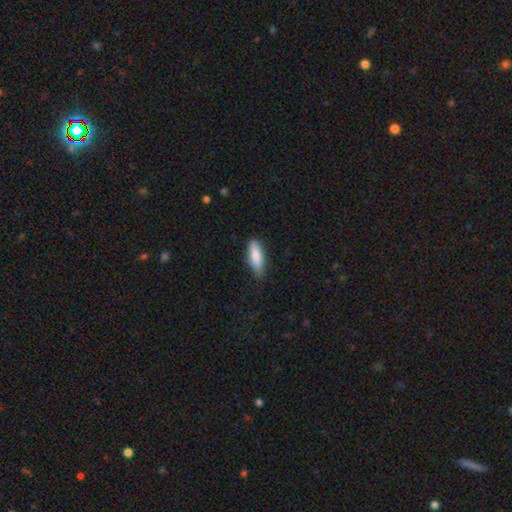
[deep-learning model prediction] Smooth or featured?
  - smooth: 83% *
  - featured or disk: 12%
  - star or artifact: 6%
How rounded?
  - in between: 55% *
  - cigar-shaped: 43%
  - round: 2%
Merging?
  - none: 75% *
  - minor disturbance: 21%
  - major disturbance: 3%
  - merger: 1%